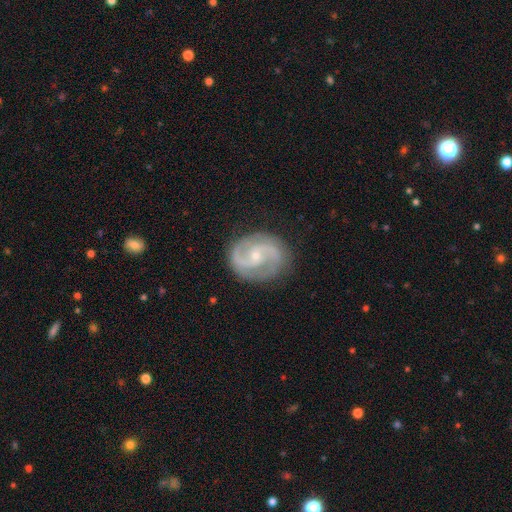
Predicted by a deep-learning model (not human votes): A featured or disk galaxy (89%) with no bar (50%), 2 (90%) medium (55%) spiral arms (97%) and a small central bulge (71%). Merging: none (83%).